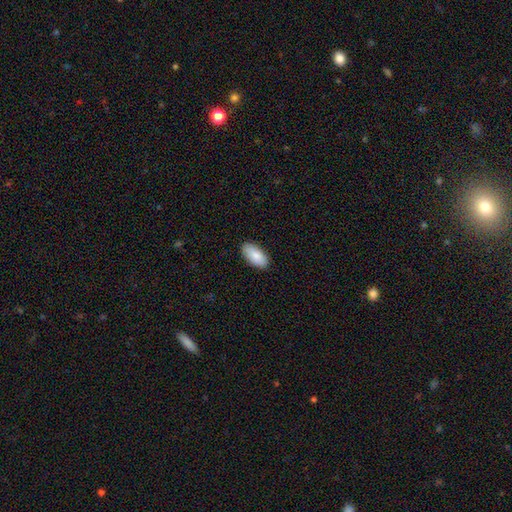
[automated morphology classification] This appears to be a smooth galaxy with no disk features (87%) that is in between round and cigar-shaped (94%). Merging: none (89%).